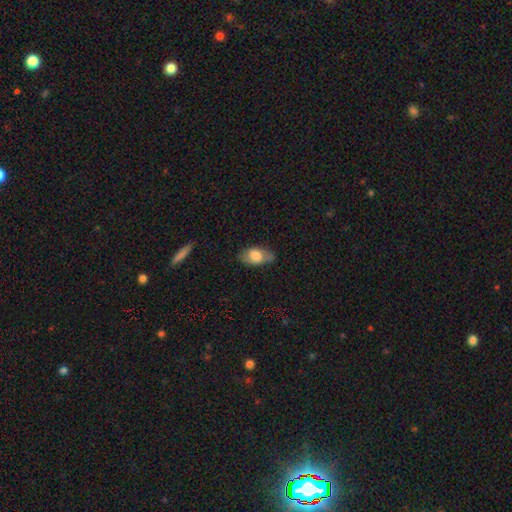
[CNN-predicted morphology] smooth-or-featured: smooth: 71% | featured or disk: 22% | star or artifact: 7%
  how-rounded: in between: 89% | round: 7% | cigar-shaped: 3%
  merging: none: 70% | minor disturbance: 22% | major disturbance: 6% | merger: 2%